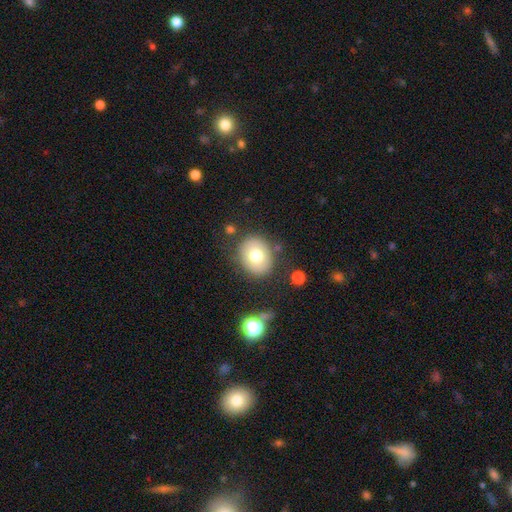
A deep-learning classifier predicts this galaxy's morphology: Overall: smooth (73%). How rounded: round (62%; in between 37%). Merging: none (82%).